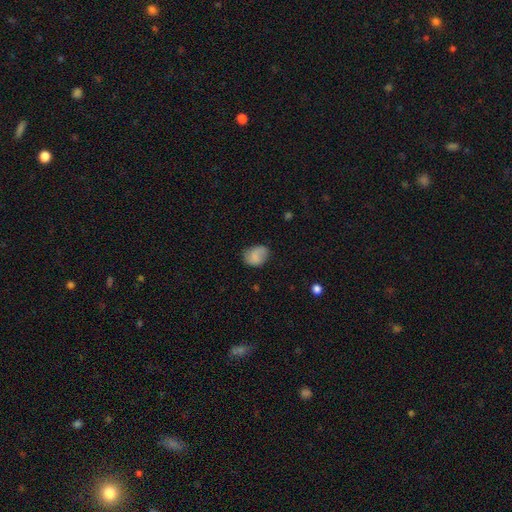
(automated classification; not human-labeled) Overall: smooth (77%). How rounded: in between (61%; round 38%). Merging: none (66%).